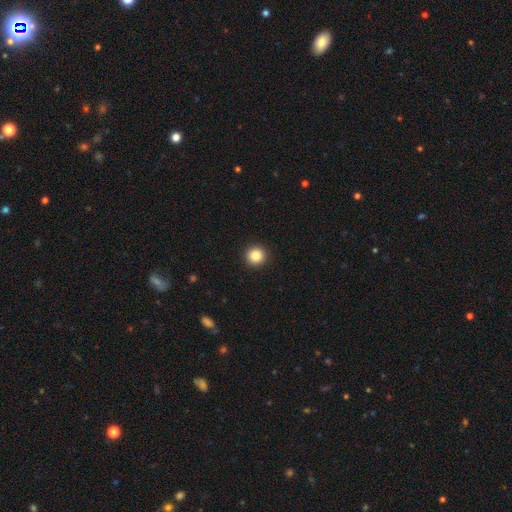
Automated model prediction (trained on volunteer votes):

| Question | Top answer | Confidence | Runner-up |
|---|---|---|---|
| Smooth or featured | smooth | 86% | star or artifact (10%) |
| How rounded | round | 95% | in between (4%) |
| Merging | none | 93% | minor disturbance (4%) |